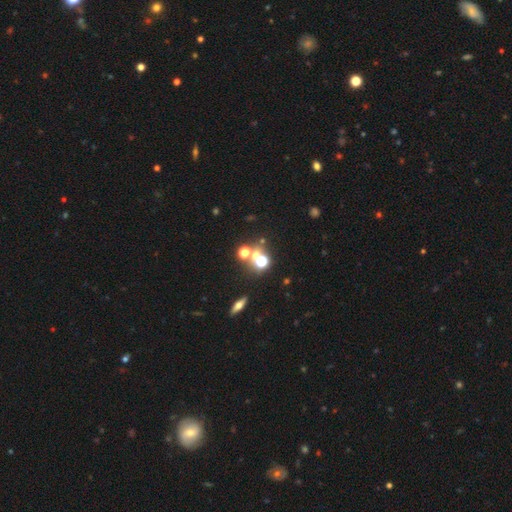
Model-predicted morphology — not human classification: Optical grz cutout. It shows a star or artifact, not a galaxy (44%).